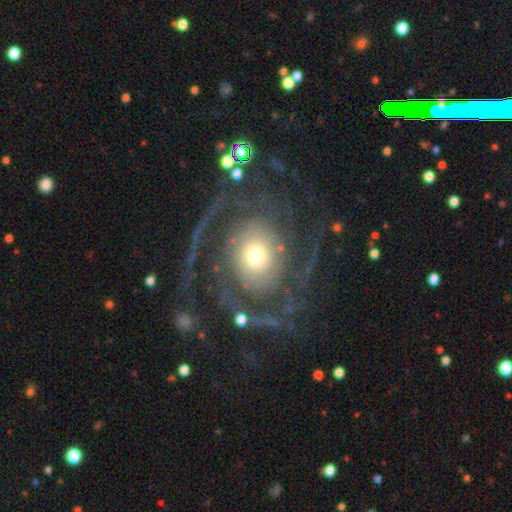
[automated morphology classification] Smooth or featured?
  - featured or disk: 86% *
  - smooth: 8%
  - star or artifact: 6%
Edge-on disk?
  - no: 97% *
  - yes: 3%
Bar?
  - no: 81% *
  - weak: 14%
  - strong: 6%
Spiral arms?
  - yes: 94% *
  - no: 6%
Spiral winding?
  - tight: 47% *
  - medium: 33%
  - loose: 20%
Spiral arm count?
  - 2: 35% *
  - can't tell: 20%
  - 3: 16%
  - 4: 10%
  - more than 4: 9%
  - 1: 9%
Bulge size?
  - moderate: 50% *
  - small: 30%
  - large: 15%
  - dominant: 3%
  - none: 1%
Merging?
  - none: 64% *
  - major disturbance: 21%
  - minor disturbance: 13%
  - merger: 3%